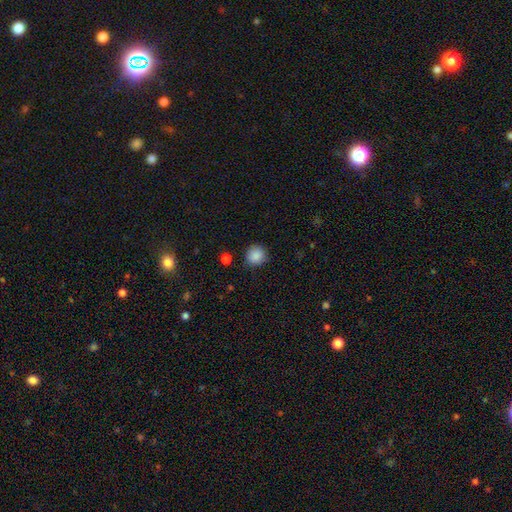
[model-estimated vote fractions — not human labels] smooth-or-featured: smooth: 88% | star or artifact: 9% | featured or disk: 3%
  how-rounded: round: 90% | in between: 9% | cigar-shaped: 1%
  merging: none: 86% | minor disturbance: 10% | major disturbance: 3% | merger: 2%